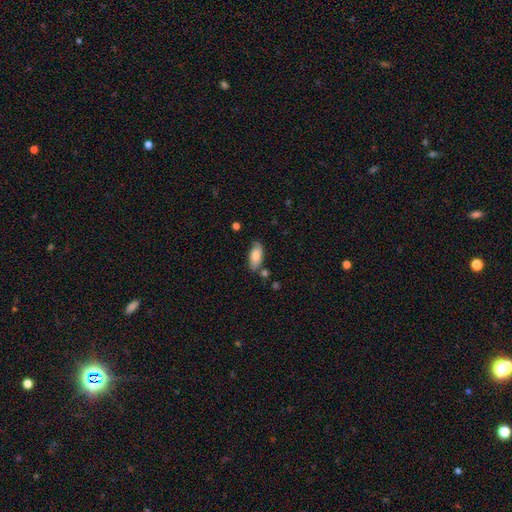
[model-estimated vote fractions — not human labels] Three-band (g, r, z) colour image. It shows a smooth galaxy with no disk features (81%) that is in between round and cigar-shaped (86%). Merging: none (69%).